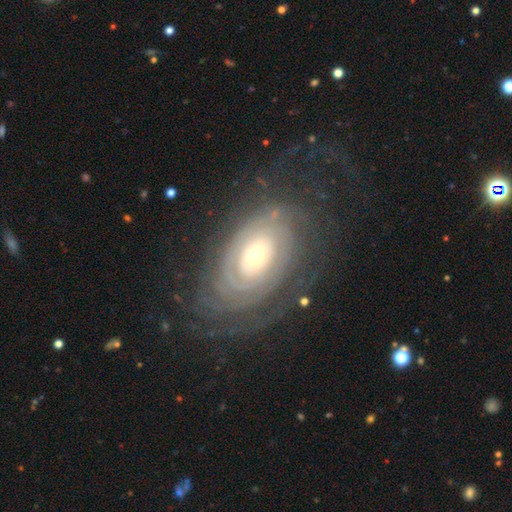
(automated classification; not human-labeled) This is clearly a featured or disk galaxy (83%). It is clearly not viewed edge-on (95%). Bar: likely no (79%). Spiral arm pattern: clearly yes (90%). Spiral arm count: possibly can't tell (46%). Spiral winding: clearly tight (82%). Central bulge: possibly small (52%). Merging: likely none (71%).